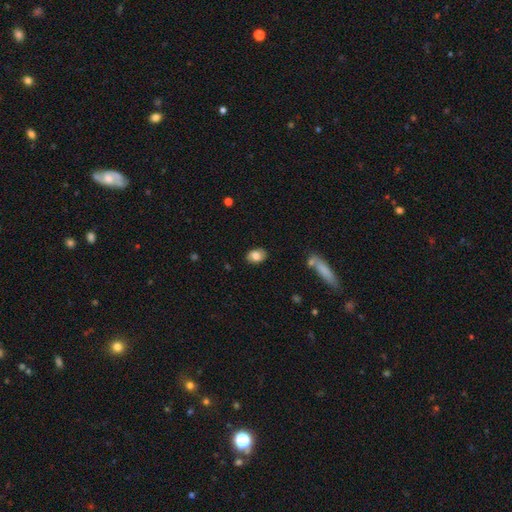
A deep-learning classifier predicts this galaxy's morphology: Smooth or featured?
  - smooth: 78% *
  - featured or disk: 14%
  - star or artifact: 7%
How rounded?
  - in between: 84% *
  - round: 14%
  - cigar-shaped: 1%
Merging?
  - none: 83% *
  - minor disturbance: 13%
  - major disturbance: 3%
  - merger: 2%